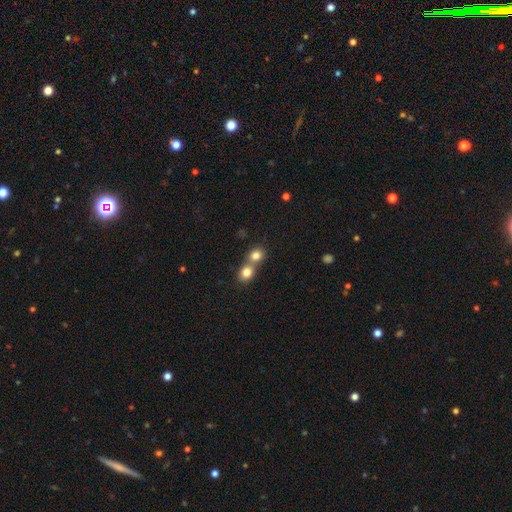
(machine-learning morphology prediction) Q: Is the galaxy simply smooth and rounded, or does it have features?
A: smooth — 81%.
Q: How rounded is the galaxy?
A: round — 79%.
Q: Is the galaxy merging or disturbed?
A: merger — 56%.